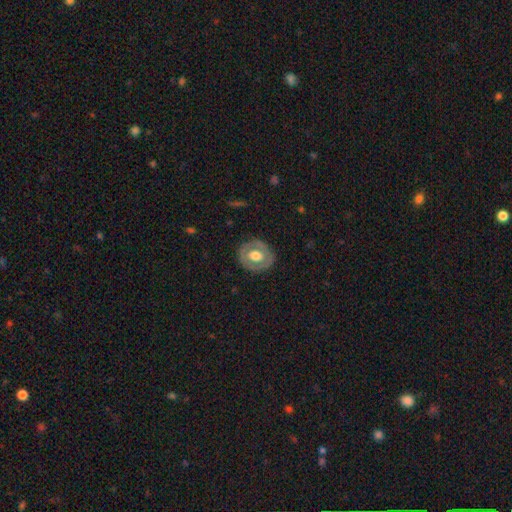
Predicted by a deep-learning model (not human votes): A featured or disk galaxy (51%). Merging: none (82%).